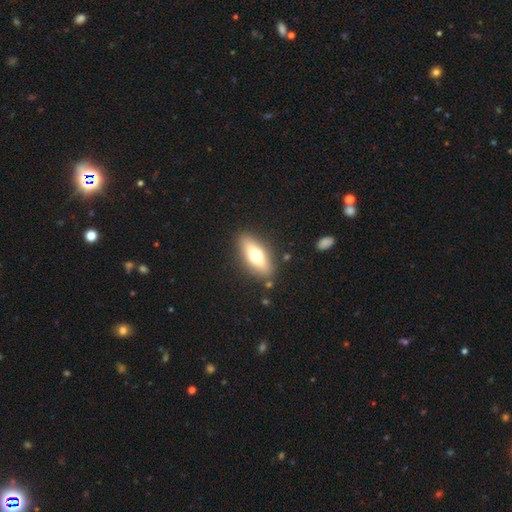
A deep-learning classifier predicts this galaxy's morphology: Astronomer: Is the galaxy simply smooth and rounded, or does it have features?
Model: smooth — 59%.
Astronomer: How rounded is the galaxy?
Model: in between — 67%.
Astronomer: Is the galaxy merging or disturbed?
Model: none — 86%.